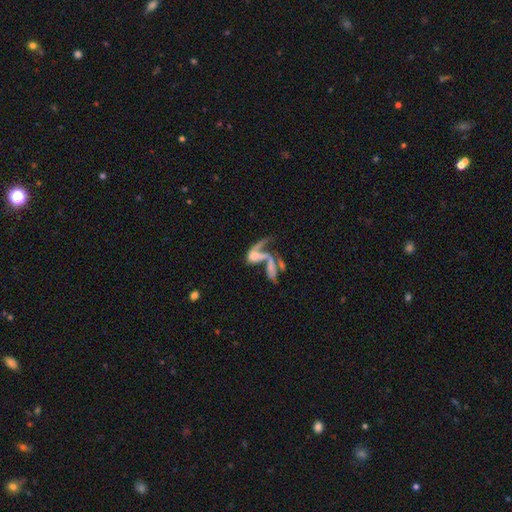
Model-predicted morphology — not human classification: A featured or disk galaxy (56%) with no bar (71%), spiral arms (54%) and no central bulge (49%).

Vote fractions:
- Smooth or featured? featured or disk: 56% / smooth: 31% / star or artifact: 12%
- Edge-on disk? no: 91% / yes: 9%
- Bar? no: 71% / weak: 19% / strong: 10%
- Spiral arms? yes: 54% / no: 46%
- Bulge size? none: 49% / small: 22% / moderate: 19% / large: 7% / dominant: 3%
- Merging? merger: 55% / major disturbance: 24% / none: 14% / minor disturbance: 6%